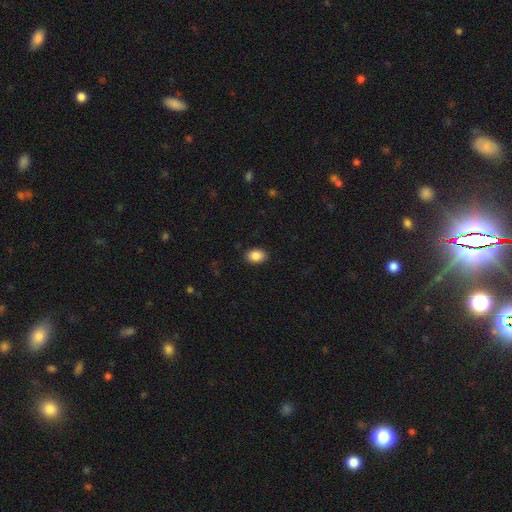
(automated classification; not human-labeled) Smooth or featured? smooth (88%)
How rounded? in between (79%)
Merging? none (89%)